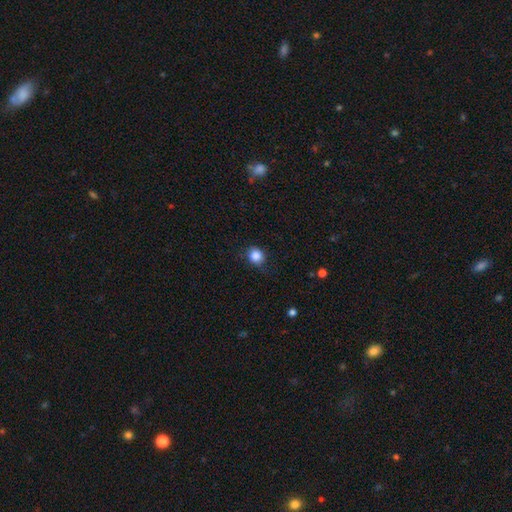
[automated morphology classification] Smooth or featured: smooth — 85% (star or artifact — 10%)
How rounded: round — 77% (in between — 22%)
Merging: none — 74% (minor disturbance — 20%)